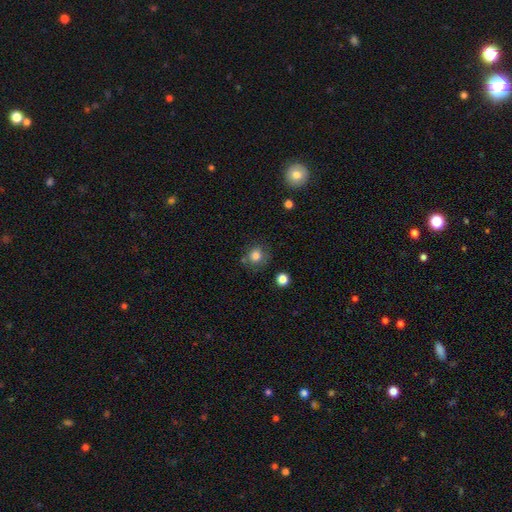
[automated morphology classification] smooth_or_featured: smooth (p=0.81) [alt: star or artifact p=0.11]
how_rounded: round (p=0.82) [alt: in between p=0.17]
merging: none (p=0.74) [alt: minor disturbance p=0.15]